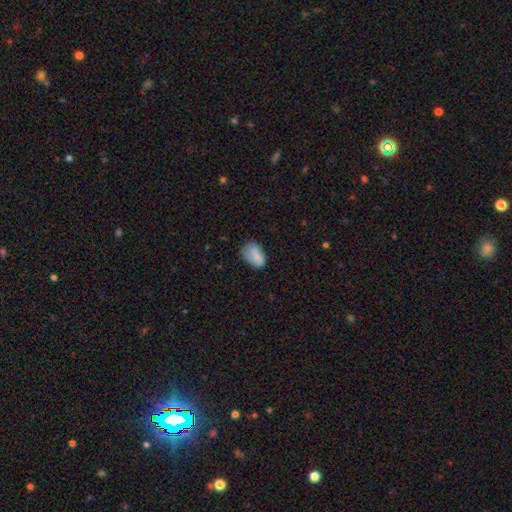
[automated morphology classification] Smooth or featured?
  - smooth: 77% *
  - featured or disk: 15%
  - star or artifact: 8%
How rounded?
  - in between: 89% *
  - round: 9%
  - cigar-shaped: 2%
Merging?
  - none: 51% *
  - minor disturbance: 34%
  - major disturbance: 12%
  - merger: 3%